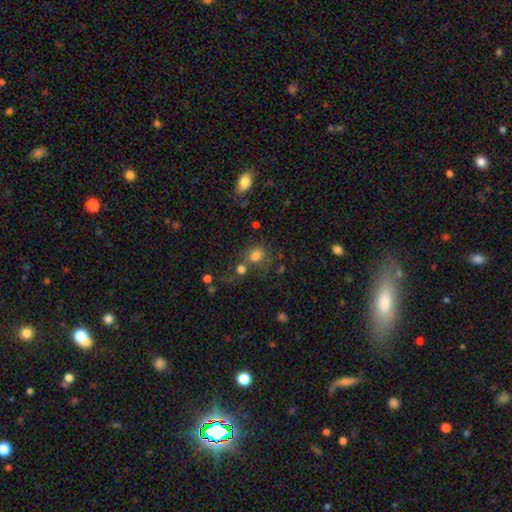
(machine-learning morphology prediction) Smooth or featured?
  - smooth: 77% *
  - star or artifact: 14%
  - featured or disk: 10%
How rounded?
  - round: 71% *
  - in between: 28%
  - cigar-shaped: 1%
Merging?
  - none: 48% *
  - merger: 33%
  - minor disturbance: 12%
  - major disturbance: 8%